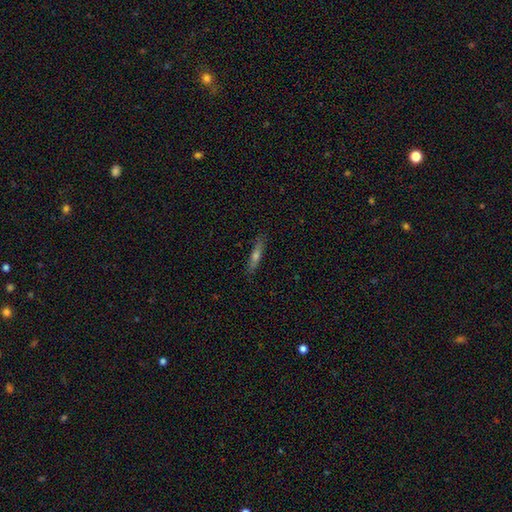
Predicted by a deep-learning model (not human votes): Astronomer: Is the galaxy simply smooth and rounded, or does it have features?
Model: smooth — 48% (runner-up: featured or disk, 44%).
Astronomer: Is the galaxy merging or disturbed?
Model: none — 88%.